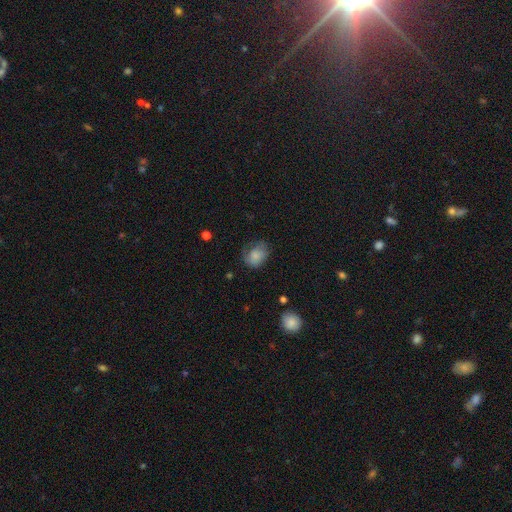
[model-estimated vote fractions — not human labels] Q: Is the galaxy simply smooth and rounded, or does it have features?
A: smooth — 79%.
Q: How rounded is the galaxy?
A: in between — 53%.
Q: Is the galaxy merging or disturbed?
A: none — 53%.